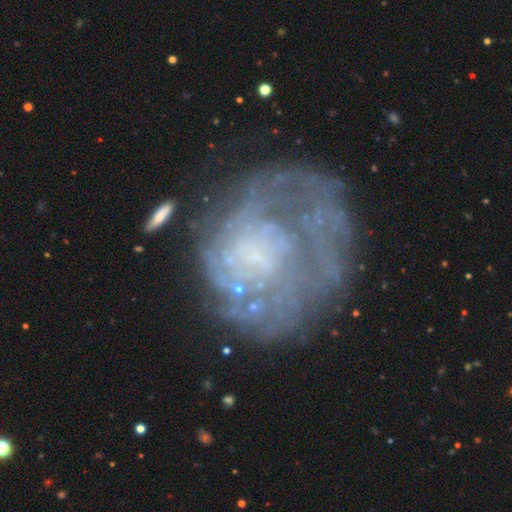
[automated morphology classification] A featured or disk galaxy (73%) with no bar (78%), spiral arms (64%) and no central bulge (60%).

Vote fractions:
- Smooth or featured? featured or disk: 73% / smooth: 16% / star or artifact: 11%
- Edge-on disk? no: 98% / yes: 2%
- Bar? no: 78% / weak: 17% / strong: 5%
- Spiral arms? yes: 64% / no: 36%
- Bulge size? none: 60% / small: 23% / moderate: 10% / large: 5% / dominant: 2%
- Merging? none: 46% / major disturbance: 30% / minor disturbance: 19% / merger: 5%